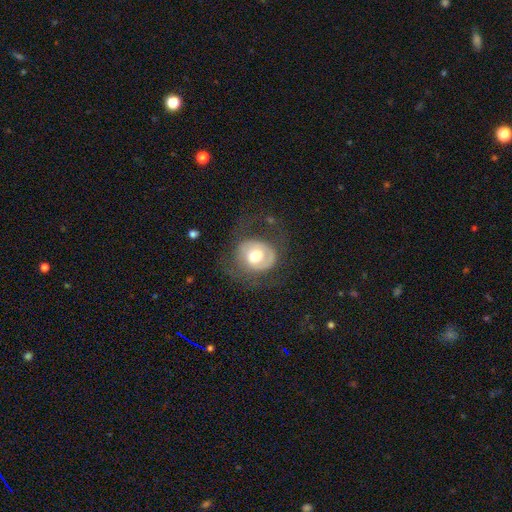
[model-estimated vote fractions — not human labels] Smooth or featured? Predicted: featured or disk (p=0.54). Edge-on disk? Predicted: no (p=0.96). Bar? Predicted: no (p=0.66). Spiral arms? Predicted: yes (p=0.62). Bulge size? Predicted: moderate (p=0.66). Merging? Predicted: none (p=0.53).